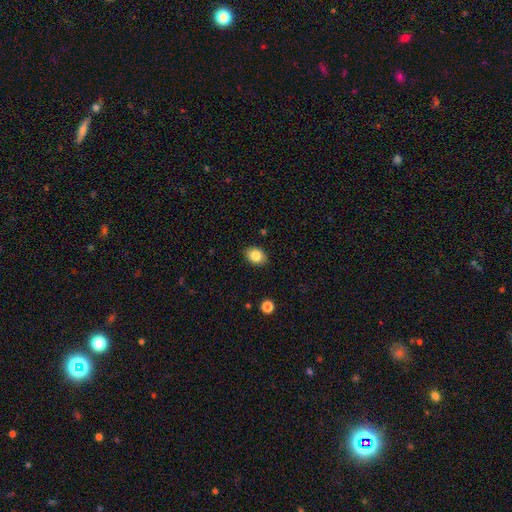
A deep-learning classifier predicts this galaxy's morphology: Q: Smooth or featured?
A: smooth (84%); runner-up: star or artifact (8%)
Q: How rounded?
A: in between (67%); runner-up: round (32%)
Q: Merging?
A: none (88%); runner-up: minor disturbance (9%)